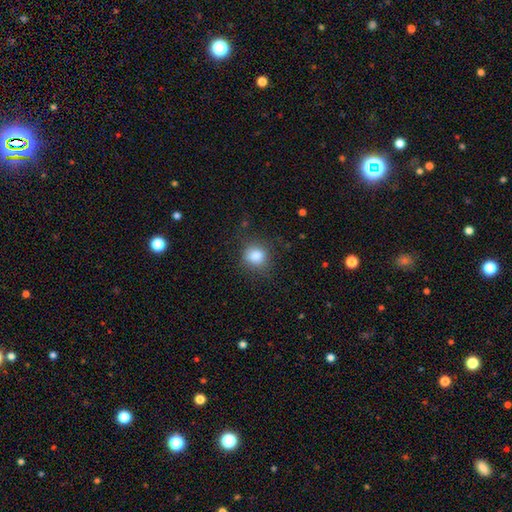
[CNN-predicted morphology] Smooth or featured? Predicted: smooth (p=0.84). How rounded? Predicted: round (p=0.80). Merging? Predicted: none (p=0.78).